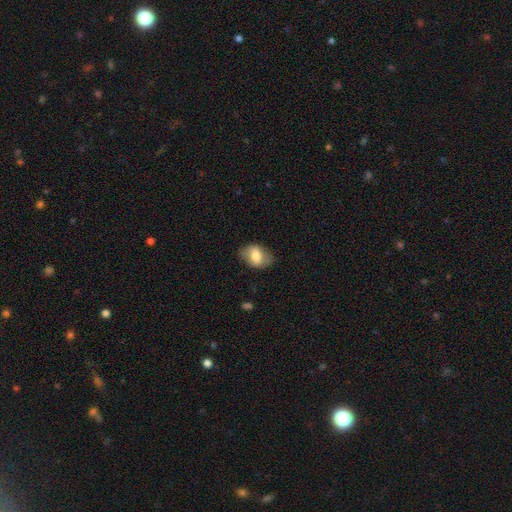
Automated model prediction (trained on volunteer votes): Morphology: type=smooth (67%); roundness=in between (82%); merging=none (76%).